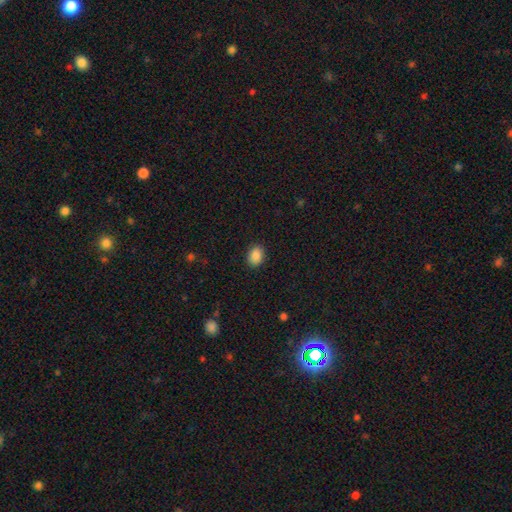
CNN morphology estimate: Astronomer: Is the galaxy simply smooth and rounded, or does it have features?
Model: smooth — 88%.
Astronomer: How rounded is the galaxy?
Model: in between — 73%.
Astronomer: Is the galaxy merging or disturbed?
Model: none — 88%.